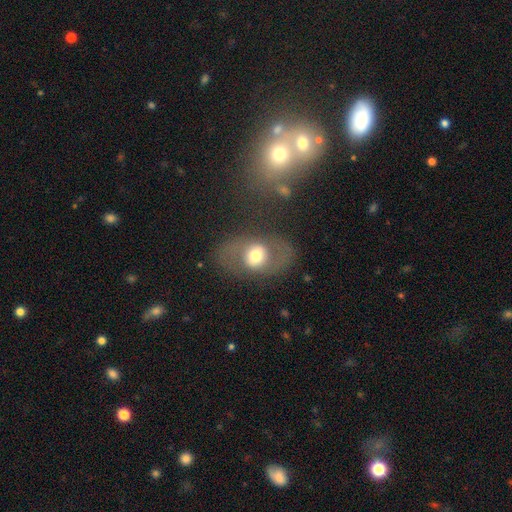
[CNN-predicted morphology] This is possibly a featured or disk galaxy (54%). It is clearly not viewed edge-on (92%). Merging: likely none (71%).